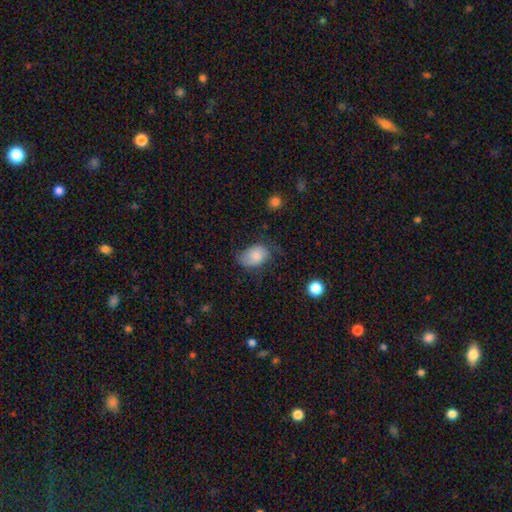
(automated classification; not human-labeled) smooth 76%, featured or disk 16%, star or artifact 8%. Down the decision tree: how rounded — in between (80%); merging — none (51%).